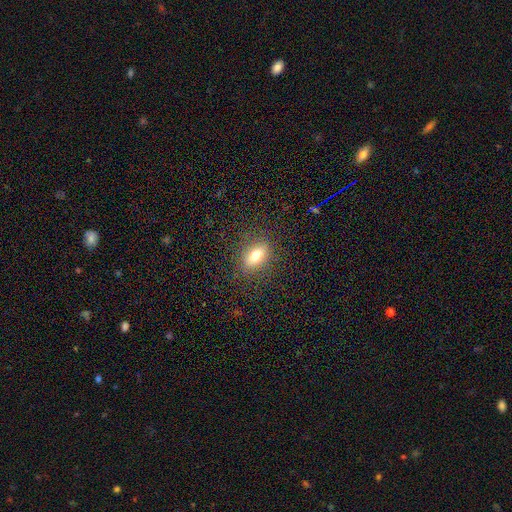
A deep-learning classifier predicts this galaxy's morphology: smooth 72%, featured or disk 17%, star or artifact 11%. Down the decision tree: how rounded — in between (78%); merging — none (85%).